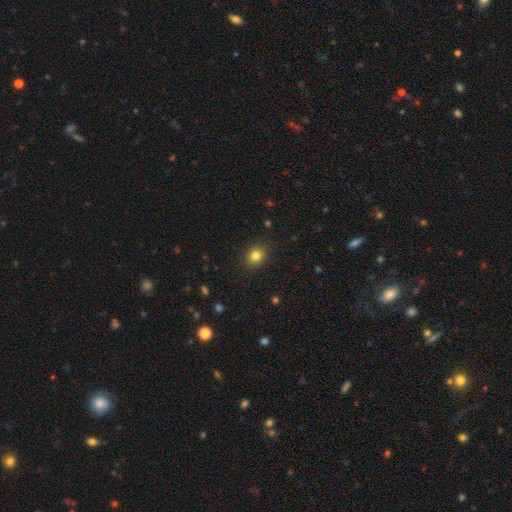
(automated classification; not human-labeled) Q: Smooth or featured?
A: smooth (82%); runner-up: star or artifact (12%)
Q: How rounded?
A: round (63%); runner-up: in between (36%)
Q: Merging?
A: none (89%); runner-up: minor disturbance (7%)